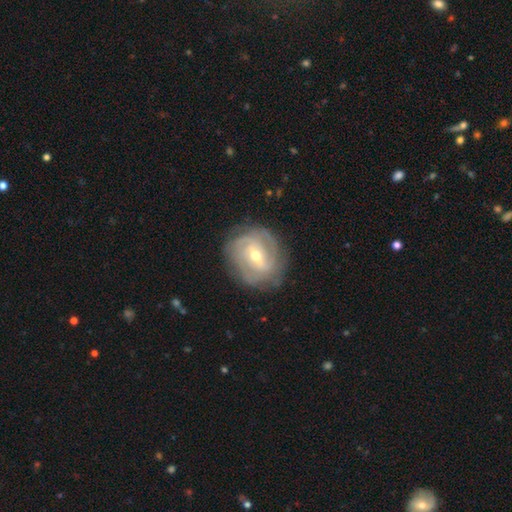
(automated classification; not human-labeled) Smooth or featured?
  - featured or disk: 84% *
  - smooth: 11%
  - star or artifact: 6%
Edge-on disk?
  - no: 97% *
  - yes: 3%
Bar?
  - weak: 51% *
  - strong: 26%
  - no: 22%
Spiral arms?
  - yes: 94% *
  - no: 6%
Spiral winding?
  - tight: 64% *
  - medium: 29%
  - loose: 7%
Spiral arm count?
  - can't tell: 30% *
  - 2: 27%
  - 3: 24%
  - 4: 10%
  - 1: 5%
  - more than 4: 5%
Bulge size?
  - moderate: 57% *
  - small: 40%
  - large: 2%
  - none: 1%
  - dominant: 1%
Merging?
  - none: 80% *
  - minor disturbance: 14%
  - major disturbance: 5%
  - merger: 1%